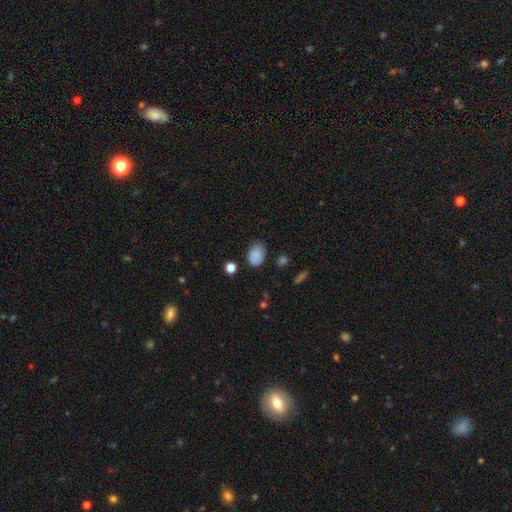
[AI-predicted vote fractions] Q: Smooth or featured?
A: smooth (83%); runner-up: star or artifact (9%)
Q: How rounded?
A: in between (76%); runner-up: round (23%)
Q: Merging?
A: none (70%); runner-up: minor disturbance (23%)